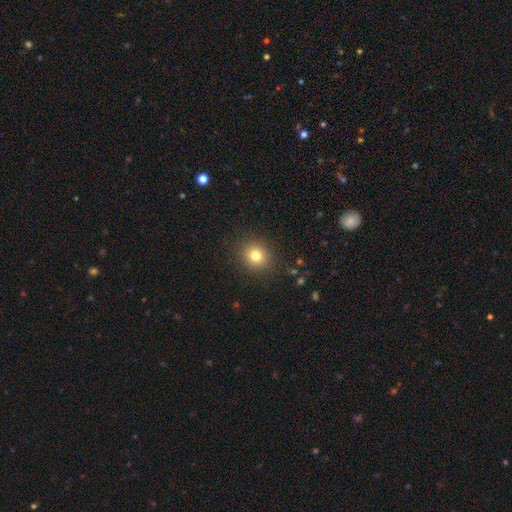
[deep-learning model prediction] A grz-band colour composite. It shows a smooth galaxy with no disk features (78%) that is round (83%). Merging: none (89%).